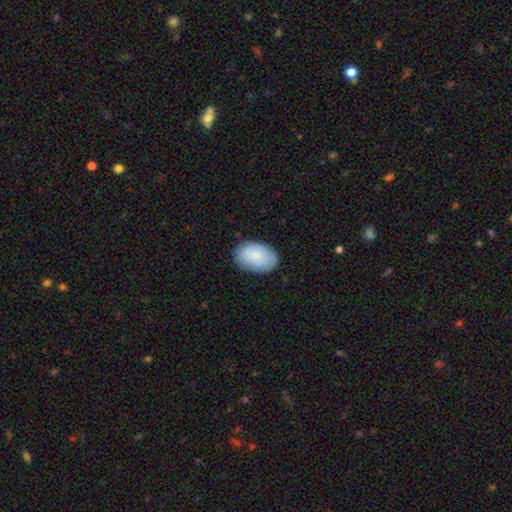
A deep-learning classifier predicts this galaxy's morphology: A smooth galaxy with no disk features (84%) that is in between round and cigar-shaped (88%).

Vote fractions:
- Smooth or featured? smooth: 84% / featured or disk: 10% / star or artifact: 6%
- How rounded? in between: 88% / round: 11% / cigar-shaped: 1%
- Merging? none: 82% / minor disturbance: 14% / major disturbance: 3% / merger: 1%